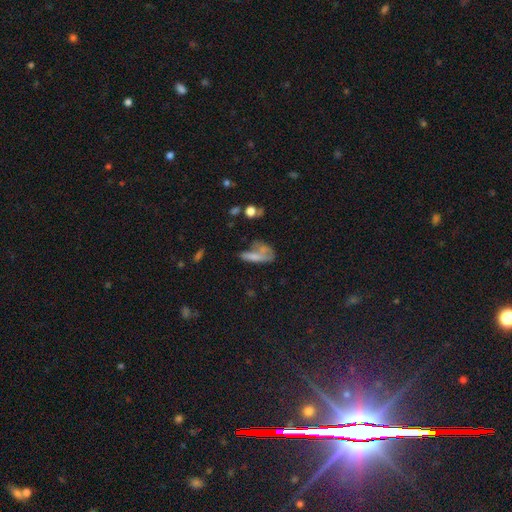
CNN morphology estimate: A smooth galaxy with no disk features (60%) that is in between round and cigar-shaped (63%). Merging: none (28%, tied with major disturbance).